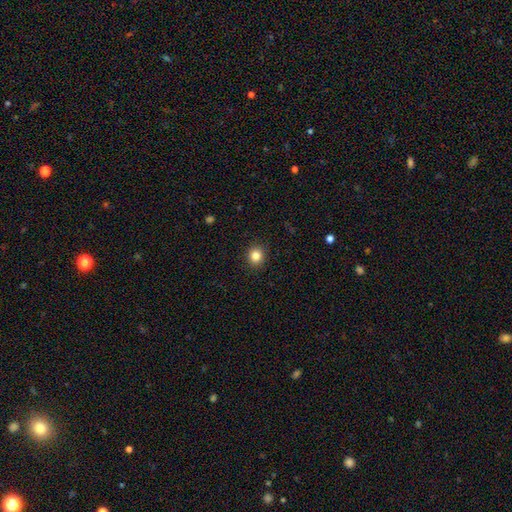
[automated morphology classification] smooth_or_featured: smooth (p=0.84) [alt: star or artifact p=0.11]
how_rounded: round (p=0.84) [alt: in between p=0.15]
merging: none (p=0.92) [alt: minor disturbance p=0.06]